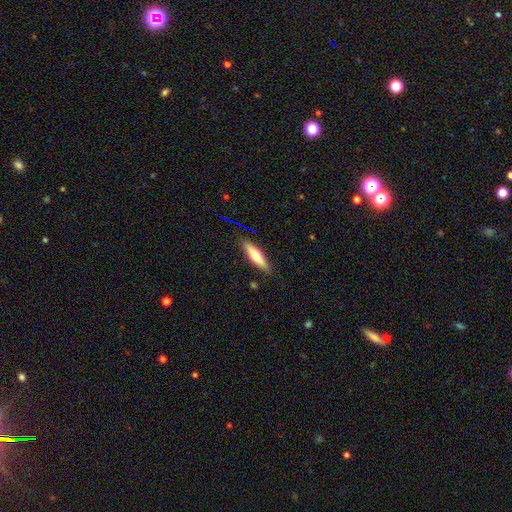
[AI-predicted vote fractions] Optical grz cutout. It shows a smooth galaxy with no disk features (60%) that is cigar-shaped (66%). Merging: none (87%).